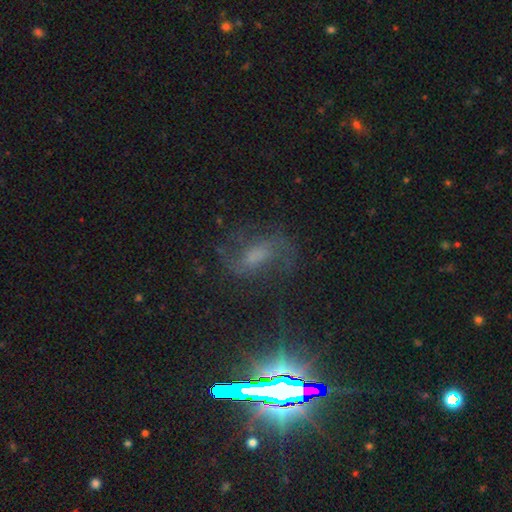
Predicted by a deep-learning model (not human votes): smooth_or_featured: featured or disk (p=0.51) [alt: star or artifact p=0.27]
disk_edge_on: no (p=0.90) [alt: yes p=0.10]
merging: none (p=0.61) [alt: major disturbance p=0.19]